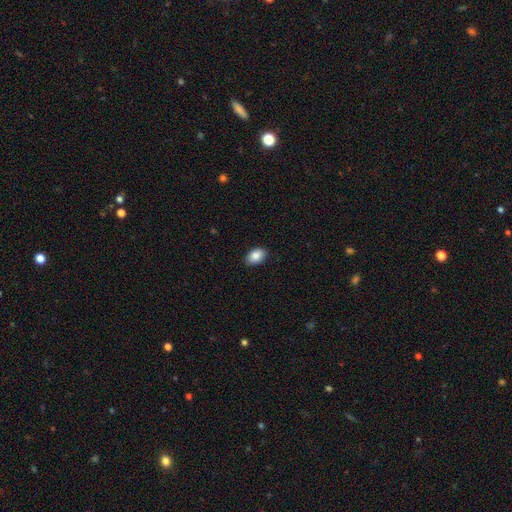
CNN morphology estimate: A smooth galaxy with no disk features (87%) that is in between round and cigar-shaped (88%). Merging: none (89%).